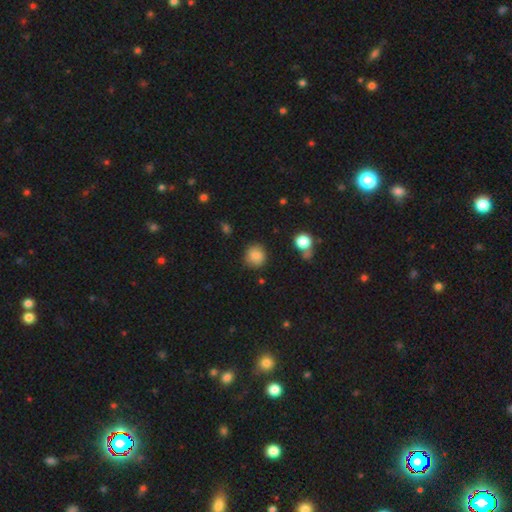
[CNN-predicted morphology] A smooth galaxy with no disk features (84%) that is round (85%). Merging: none (81%).